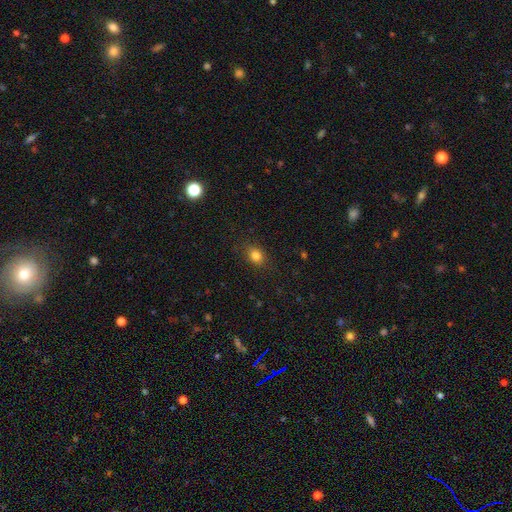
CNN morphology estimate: smooth 82%, star or artifact 12%, featured or disk 6%. Down the decision tree: how rounded — in between (54%); merging — none (85%).